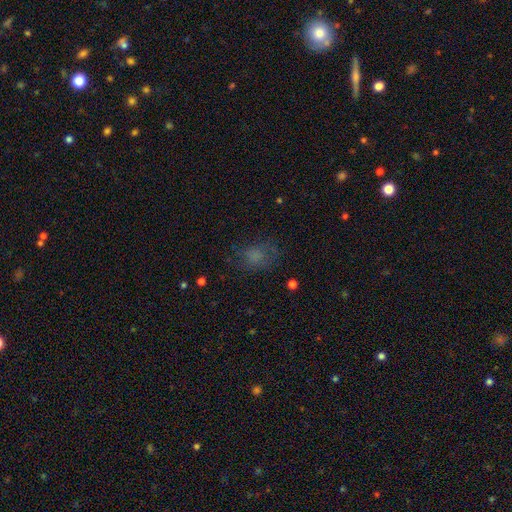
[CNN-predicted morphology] Q: Smooth or featured?
A: smooth (67%); runner-up: star or artifact (18%)
Q: How rounded?
A: in between (54%); runner-up: round (45%)
Q: Merging?
A: none (62%); runner-up: minor disturbance (20%)